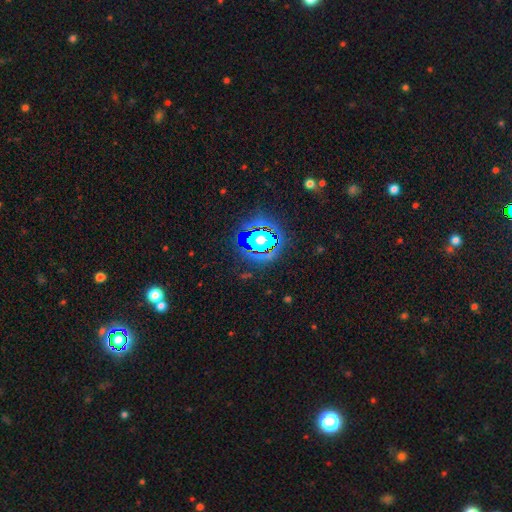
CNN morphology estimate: smooth_or_featured: star or artifact (p=0.77) [alt: smooth p=0.13]